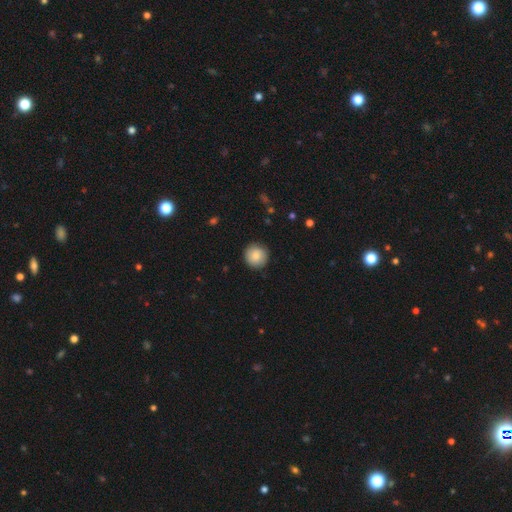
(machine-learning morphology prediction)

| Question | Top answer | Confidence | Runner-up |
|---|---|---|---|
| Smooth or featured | smooth | 87% | star or artifact (7%) |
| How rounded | round | 95% | in between (4%) |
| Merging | none | 91% | minor disturbance (6%) |